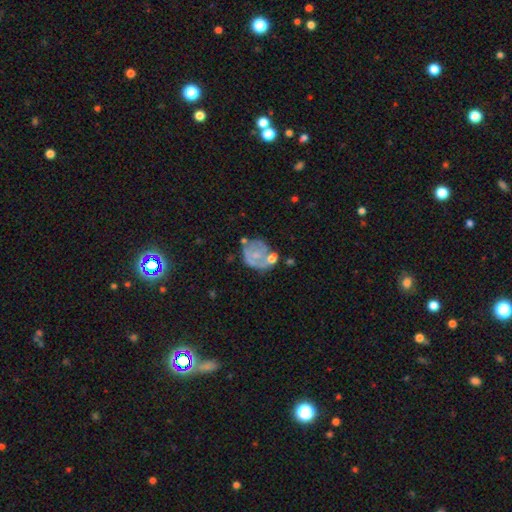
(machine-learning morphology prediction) Smooth or featured? Predicted: featured or disk (p=0.53). Edge-on disk? Predicted: no (p=0.98). Bar? Predicted: no (p=0.79). Spiral arms? Predicted: no (p=0.56). Bulge size? Predicted: small (p=0.51). Merging? Predicted: none (p=0.41).